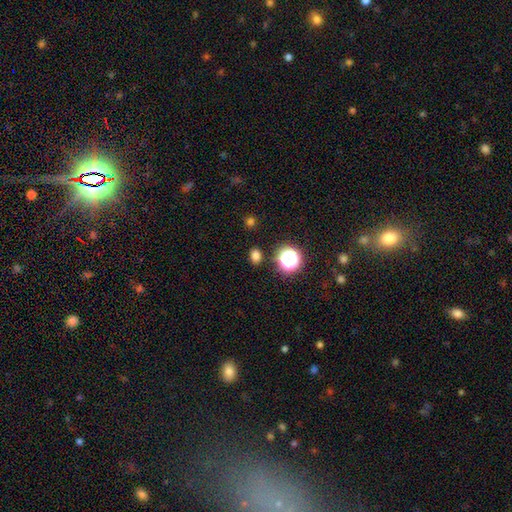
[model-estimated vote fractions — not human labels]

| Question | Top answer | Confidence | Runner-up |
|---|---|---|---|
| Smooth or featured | smooth | 77% | star or artifact (19%) |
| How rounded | in between | 54% | round (44%) |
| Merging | none | 85% | minor disturbance (9%) |